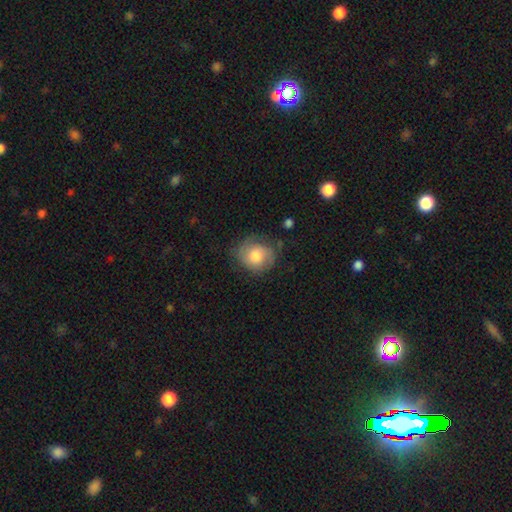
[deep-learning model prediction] Smooth or featured: smooth — 59% (featured or disk — 33%)
How rounded: round — 78% (in between — 21%)
Merging: none — 65% (minor disturbance — 24%)